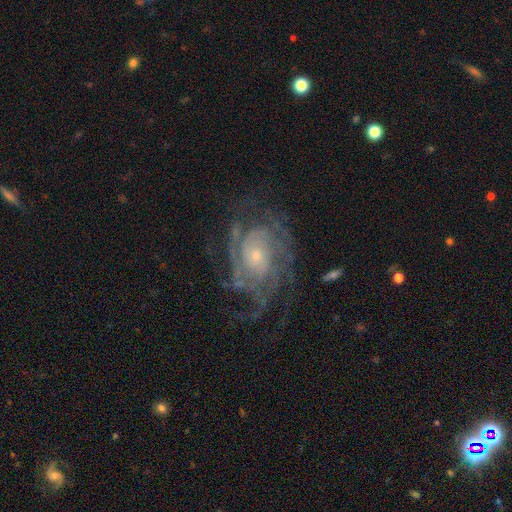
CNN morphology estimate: Q: Smooth or featured?
A: featured or disk (86%); runner-up: star or artifact (7%)
Q: Edge-on disk?
A: no (97%); runner-up: yes (3%)
Q: Bar?
A: no (76%); runner-up: weak (19%)
Q: Spiral arms?
A: yes (95%); runner-up: no (5%)
Q: Spiral winding?
A: tight (60%); runner-up: medium (31%)
Q: Spiral arm count?
A: can't tell (33%); runner-up: 4 (20%)
Q: Bulge size?
A: small (64%); runner-up: moderate (29%)
Q: Merging?
A: none (67%); runner-up: minor disturbance (17%)